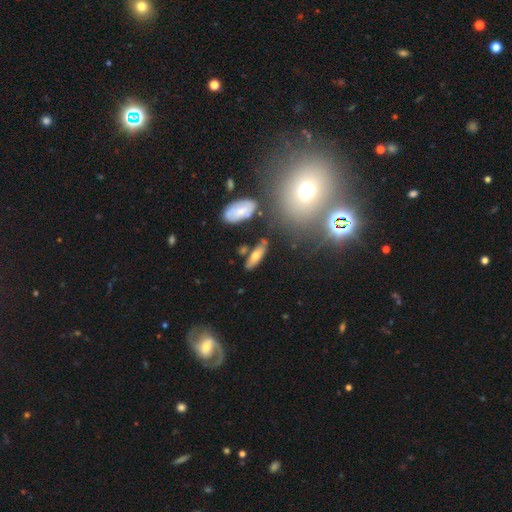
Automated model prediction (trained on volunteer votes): Smooth or featured?
  - smooth: 56% *
  - featured or disk: 36%
  - star or artifact: 8%
How rounded?
  - in between: 51% *
  - cigar-shaped: 46%
  - round: 4%
Merging?
  - none: 77% *
  - minor disturbance: 14%
  - merger: 5%
  - major disturbance: 4%